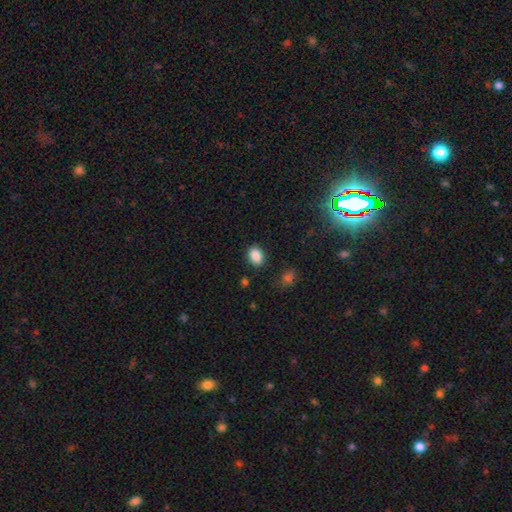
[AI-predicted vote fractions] Smooth or featured: smooth — 87% (star or artifact — 9%)
How rounded: in between — 75% (round — 24%)
Merging: none — 86% (minor disturbance — 10%)